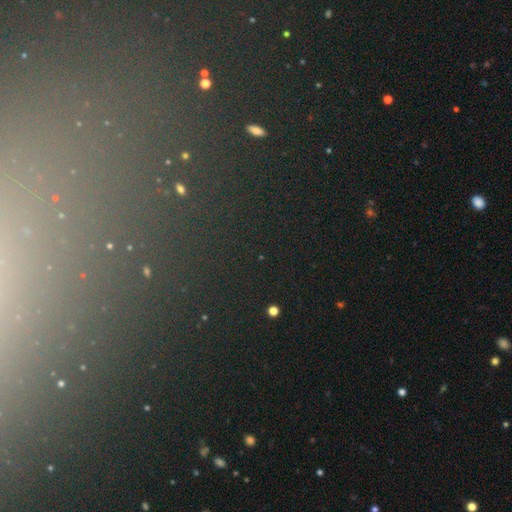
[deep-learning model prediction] smooth-or-featured: star or artifact: 72% | smooth: 16% | featured or disk: 12%